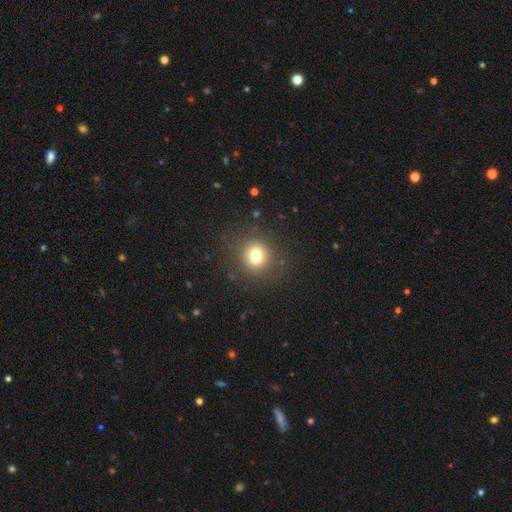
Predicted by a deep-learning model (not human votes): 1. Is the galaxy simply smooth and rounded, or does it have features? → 76% smooth, 14% star or artifact, 10% featured or disk.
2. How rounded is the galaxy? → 83% round, 16% in between, 1% cigar-shaped.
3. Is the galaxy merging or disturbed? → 85% none, 9% minor disturbance, 5% major disturbance, 1% merger.